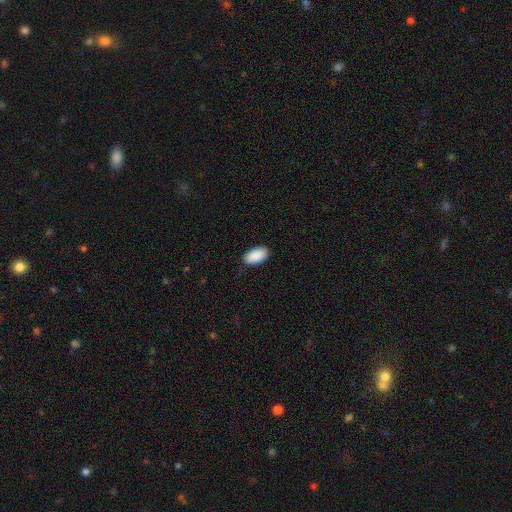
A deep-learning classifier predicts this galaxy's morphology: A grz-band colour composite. It shows a smooth galaxy with no disk features (91%) that is in between round and cigar-shaped (95%). Merging: none (84%).